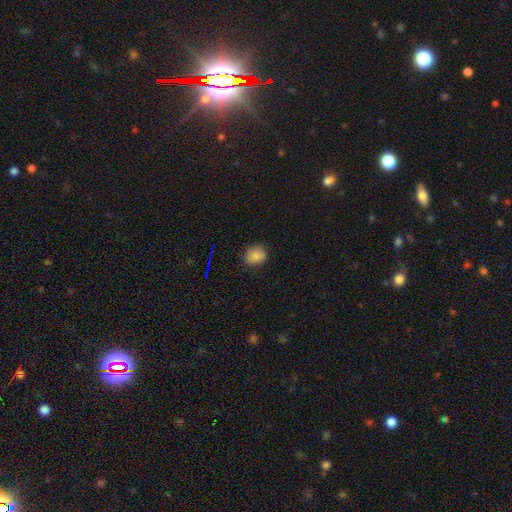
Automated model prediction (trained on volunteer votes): smooth_or_featured: smooth (p=0.84) [alt: star or artifact p=0.12]
how_rounded: round (p=0.68) [alt: in between p=0.31]
merging: none (p=0.81) [alt: minor disturbance p=0.15]